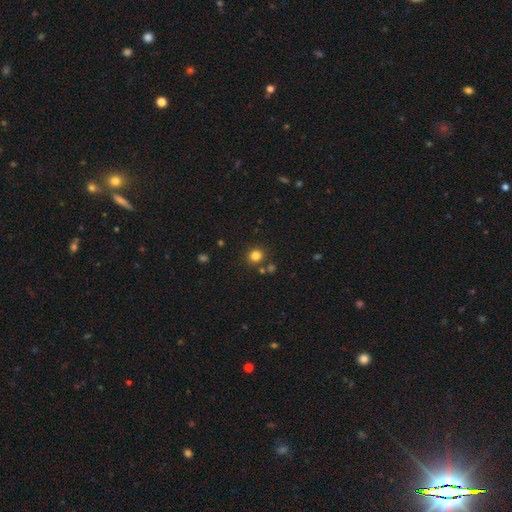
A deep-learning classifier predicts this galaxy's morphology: smooth-or-featured: smooth: 81% | star or artifact: 14% | featured or disk: 5%
  how-rounded: round: 90% | in between: 9% | cigar-shaped: 1%
  merging: none: 83% | minor disturbance: 7% | merger: 7% | major disturbance: 3%